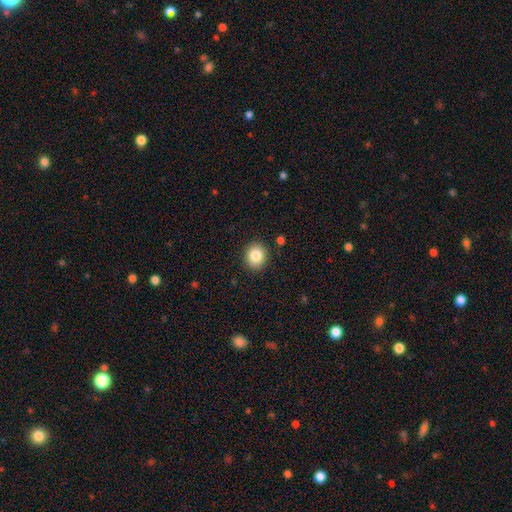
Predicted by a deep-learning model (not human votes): Overall: smooth (84%). How rounded: round (72%). Merging: none (90%).